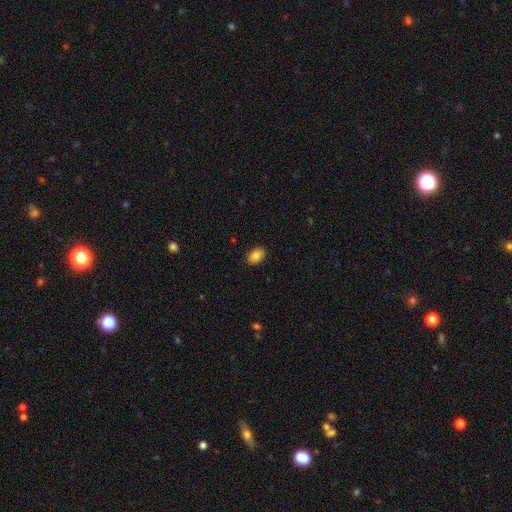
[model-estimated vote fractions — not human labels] smooth-or-featured: smooth: 85% | star or artifact: 8% | featured or disk: 7%
  how-rounded: in between: 85% | round: 14% | cigar-shaped: 1%
  merging: none: 89% | minor disturbance: 8% | major disturbance: 2% | merger: 1%